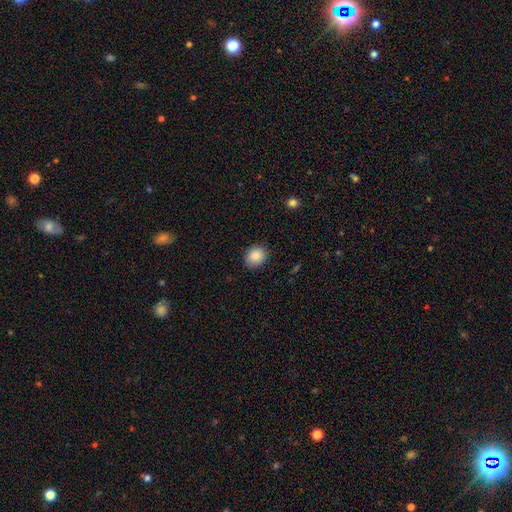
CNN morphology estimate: Q: Smooth or featured?
A: smooth (88%); runner-up: star or artifact (8%)
Q: How rounded?
A: round (68%); runner-up: in between (31%)
Q: Merging?
A: none (86%); runner-up: minor disturbance (10%)